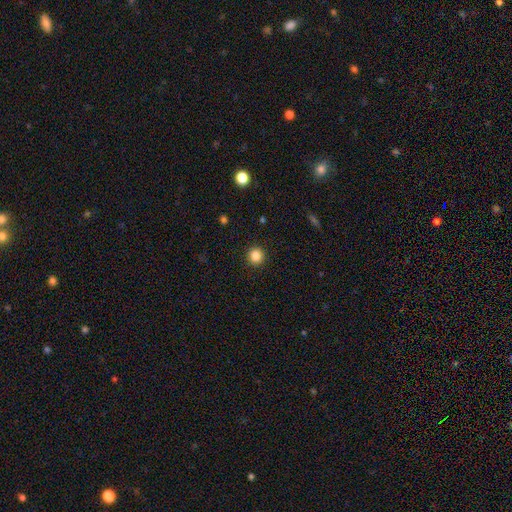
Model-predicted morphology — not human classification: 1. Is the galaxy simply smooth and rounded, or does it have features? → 85% smooth, 11% star or artifact, 4% featured or disk.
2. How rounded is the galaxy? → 94% round, 5% in between, 1% cigar-shaped.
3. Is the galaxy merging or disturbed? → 93% none, 5% minor disturbance, 2% major disturbance, 1% merger.